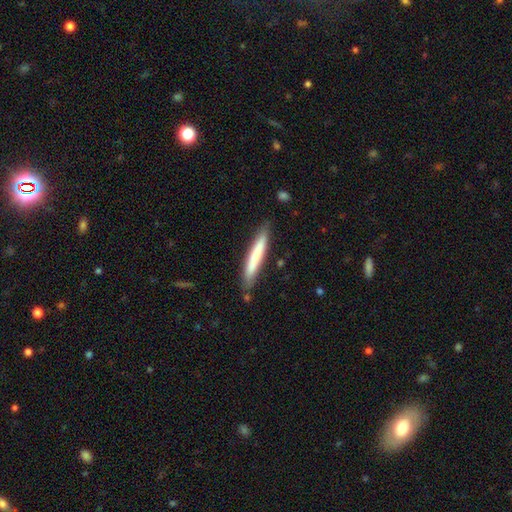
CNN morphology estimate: smooth_or_featured: smooth (p=0.70) [alt: featured or disk p=0.24]
how_rounded: cigar-shaped (p=0.95) [alt: in between p=0.04]
merging: none (p=0.82) [alt: minor disturbance p=0.13]